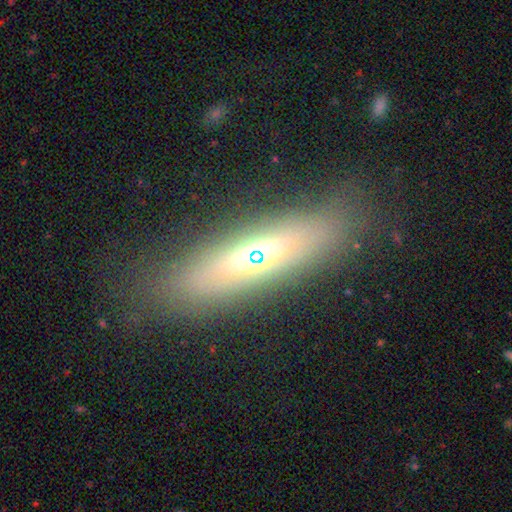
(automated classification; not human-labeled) This appears to be a featured or disk galaxy (48%). Merging: none (78%).